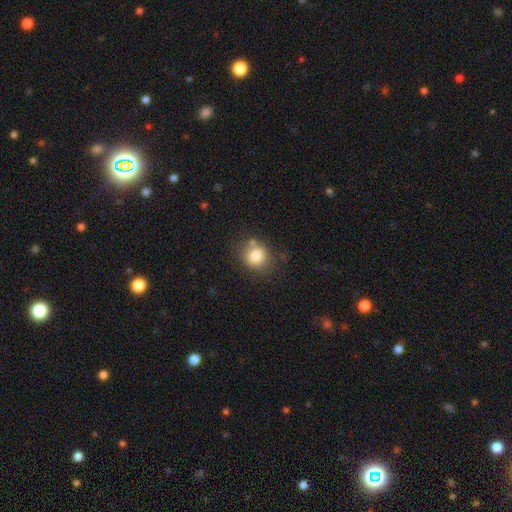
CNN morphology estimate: Q: Smooth or featured?
A: smooth (82%); runner-up: star or artifact (10%)
Q: How rounded?
A: round (78%); runner-up: in between (21%)
Q: Merging?
A: none (69%); runner-up: minor disturbance (17%)